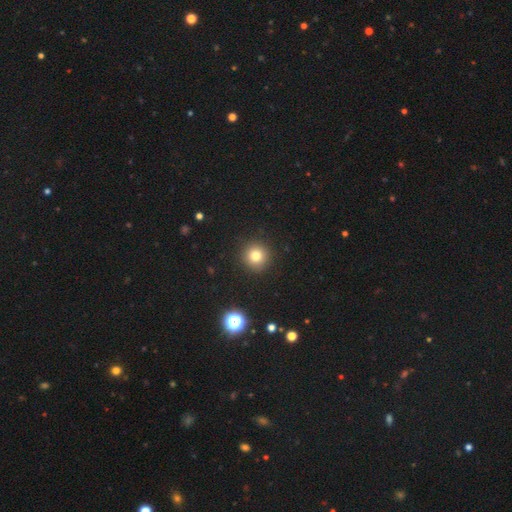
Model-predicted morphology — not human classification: The model was most divided on "smooth or featured": smooth: 79%, star or artifact: 14%, featured or disk: 8%. More confident: how rounded — round (95%); merging — none (92%).